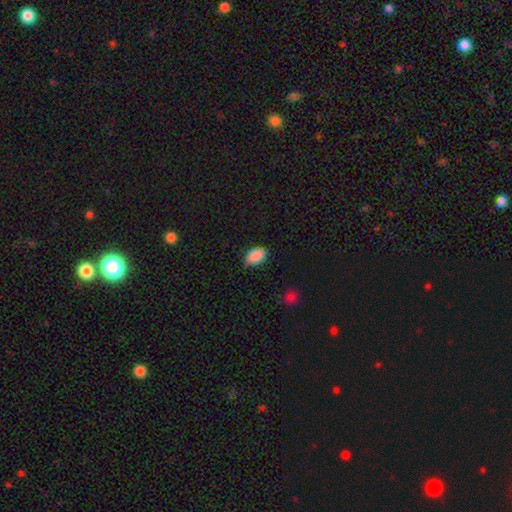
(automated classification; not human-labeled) Q: Smooth or featured?
A: smooth (89%); runner-up: star or artifact (7%)
Q: How rounded?
A: in between (90%); runner-up: round (9%)
Q: Merging?
A: none (68%); runner-up: minor disturbance (27%)